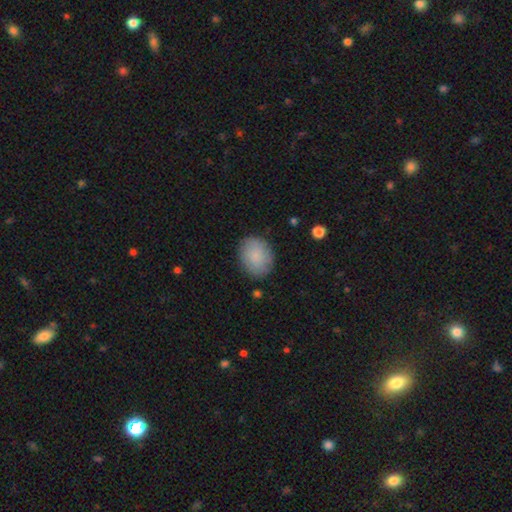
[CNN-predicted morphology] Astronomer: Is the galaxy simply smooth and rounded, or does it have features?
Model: smooth — 86%.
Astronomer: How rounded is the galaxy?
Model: in between — 56% (runner-up: round, 43%).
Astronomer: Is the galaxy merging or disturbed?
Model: none — 84%.